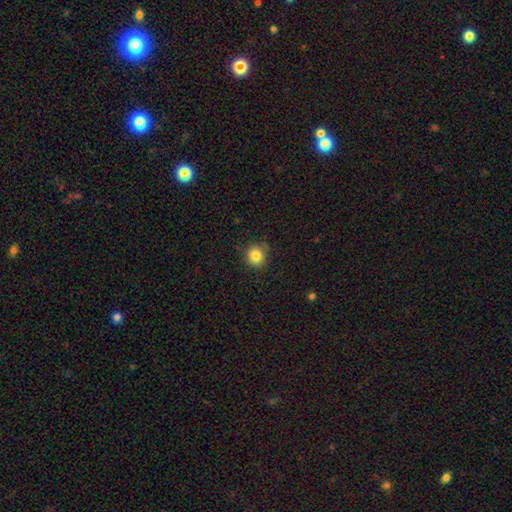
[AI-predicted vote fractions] smooth-or-featured: smooth: 84% | star or artifact: 11% | featured or disk: 6%
  how-rounded: round: 92% | in between: 7% | cigar-shaped: 1%
  merging: none: 86% | minor disturbance: 10% | major disturbance: 2% | merger: 1%